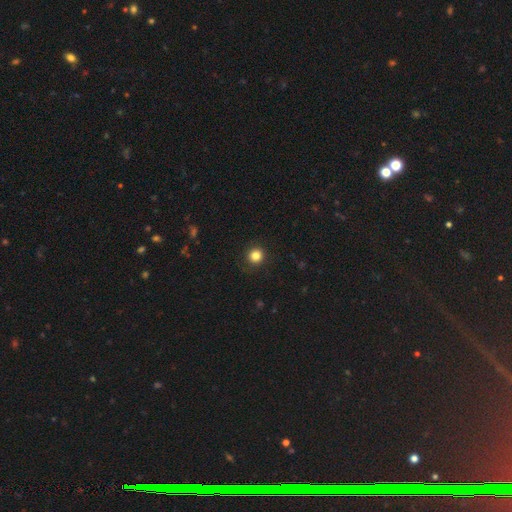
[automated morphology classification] Smooth or featured? smooth (84%)
How rounded? round (94%)
Merging? none (90%)